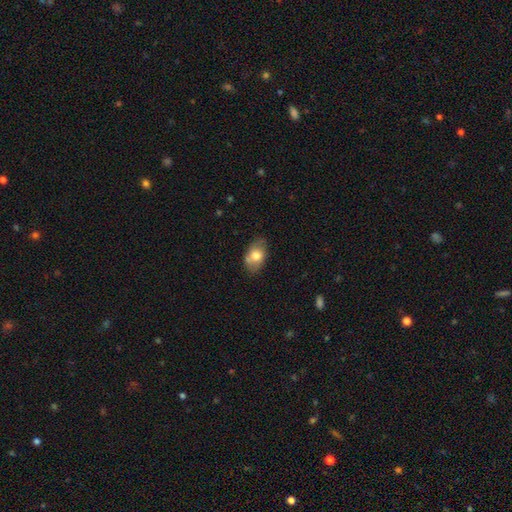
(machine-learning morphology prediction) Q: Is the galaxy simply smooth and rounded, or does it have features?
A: smooth — 73%.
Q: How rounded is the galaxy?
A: in between — 85%.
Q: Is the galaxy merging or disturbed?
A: none — 67%.